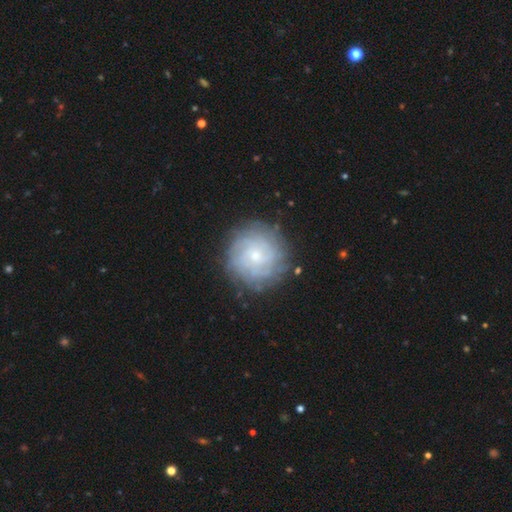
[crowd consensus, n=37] Morphology: type=featured or disk (70%); edge-on=no (100%); bar=no (81%); spiral arms=yes (92%); winding=tight (79%); arm count=can't tell (58%); bulge=small (54%); merging=none (86%).